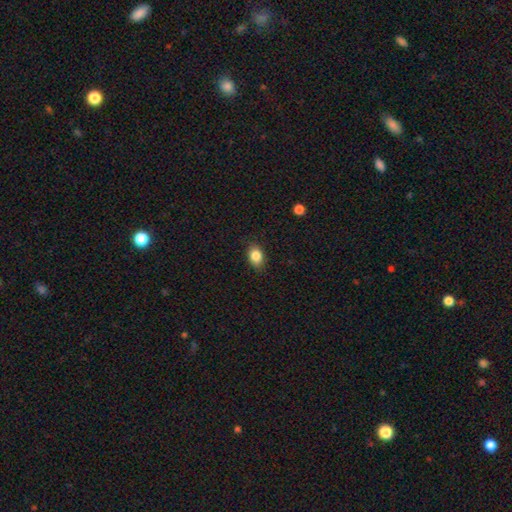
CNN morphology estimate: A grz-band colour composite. It shows a smooth galaxy with no disk features (85%) that is in between round and cigar-shaped (76%). Merging: none (86%).